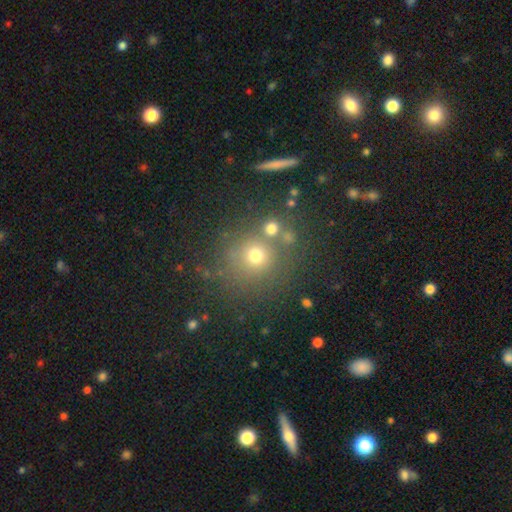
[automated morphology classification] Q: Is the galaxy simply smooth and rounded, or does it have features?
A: smooth — 67%.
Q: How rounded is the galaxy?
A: round — 90%.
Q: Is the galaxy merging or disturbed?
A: none — 73%.